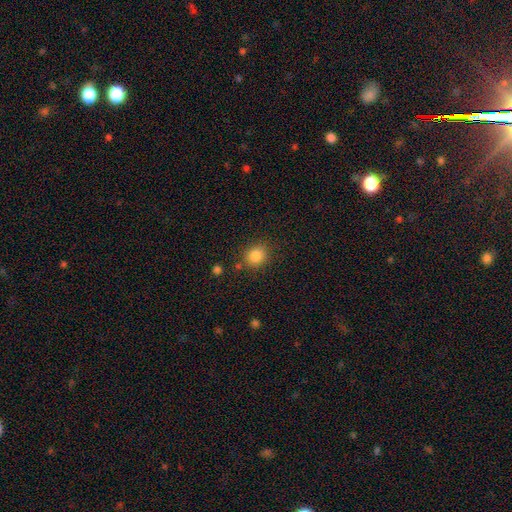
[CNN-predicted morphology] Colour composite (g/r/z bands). It shows a smooth galaxy with no disk features (84%) that is round (76%). Merging: none (81%).